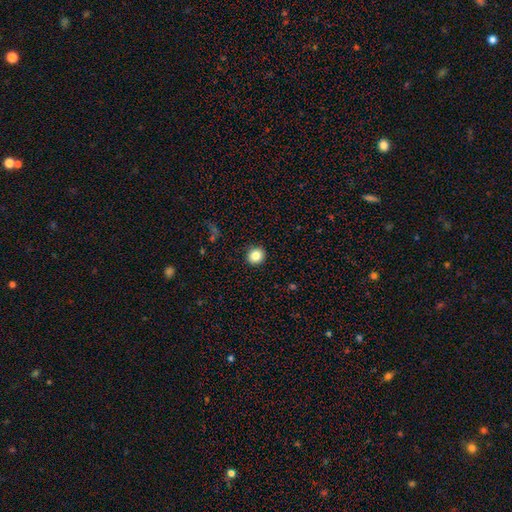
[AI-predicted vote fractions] The model was most divided on "smooth or featured": smooth: 84%, star or artifact: 10%, featured or disk: 6%. More confident: merging — none (92%); how rounded — round (89%).